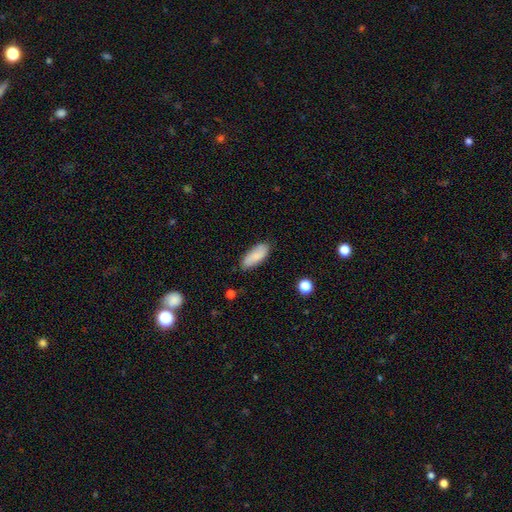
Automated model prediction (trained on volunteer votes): smooth-or-featured: smooth: 80% | featured or disk: 14% | star or artifact: 7%
  how-rounded: in between: 81% | cigar-shaped: 17% | round: 2%
  merging: none: 81% | minor disturbance: 15% | major disturbance: 3% | merger: 2%